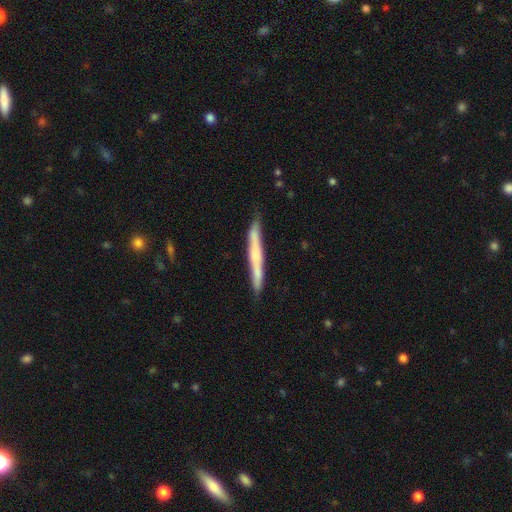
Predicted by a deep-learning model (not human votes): The model was most divided on "smooth or featured": featured or disk: 54%, smooth: 40%, star or artifact: 6%. More confident: edge-on disk — yes (93%); merging — none (82%); edge-on bulge — none (56%).